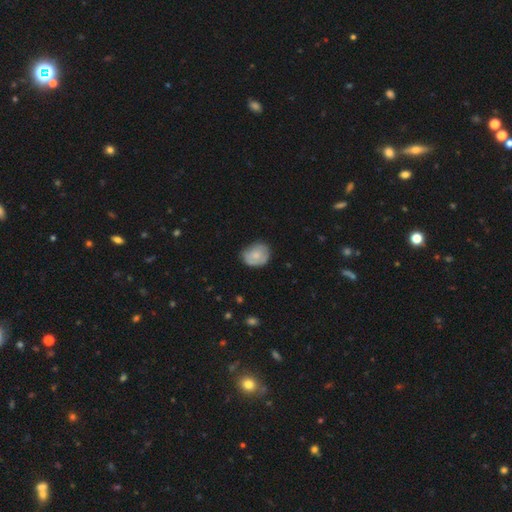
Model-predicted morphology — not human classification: Overall: smooth (71%). How rounded: round (57%; in between 42%). Merging: none (63%; minor disturbance 29%).